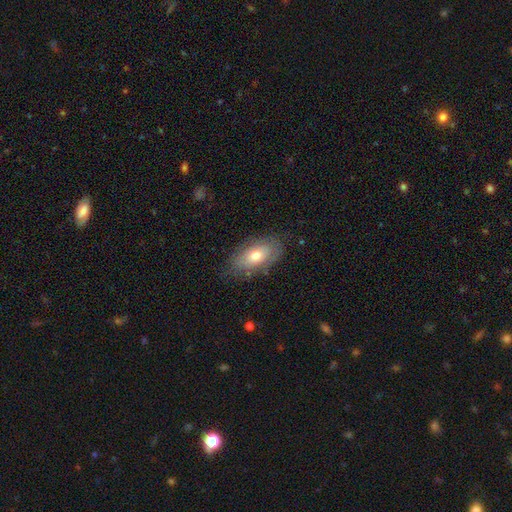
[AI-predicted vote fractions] Q: Smooth or featured?
A: smooth (60%); runner-up: featured or disk (33%)
Q: How rounded?
A: in between (92%); runner-up: round (5%)
Q: Merging?
A: none (76%); runner-up: minor disturbance (18%)